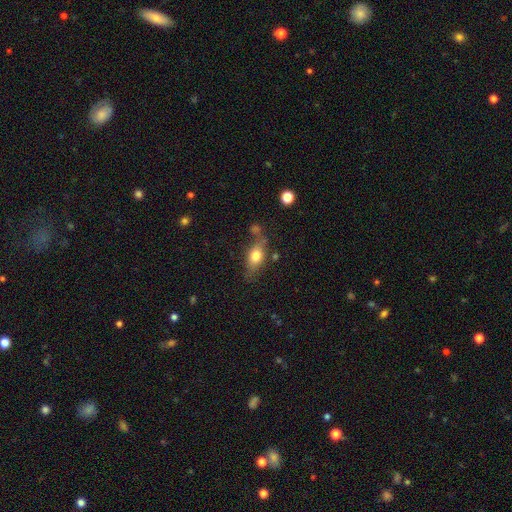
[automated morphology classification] Q: Smooth or featured?
A: smooth (72%); runner-up: featured or disk (19%)
Q: How rounded?
A: in between (76%); runner-up: round (12%)
Q: Merging?
A: none (64%); runner-up: minor disturbance (20%)